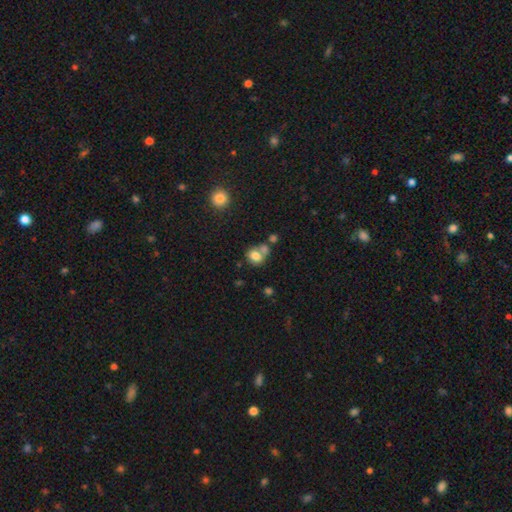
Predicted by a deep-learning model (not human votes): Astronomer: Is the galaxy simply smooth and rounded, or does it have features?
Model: smooth — 77%.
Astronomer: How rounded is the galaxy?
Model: round — 54% (runner-up: in between, 45%).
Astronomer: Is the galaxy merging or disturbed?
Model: merger — 41% (runner-up: none, 40%).